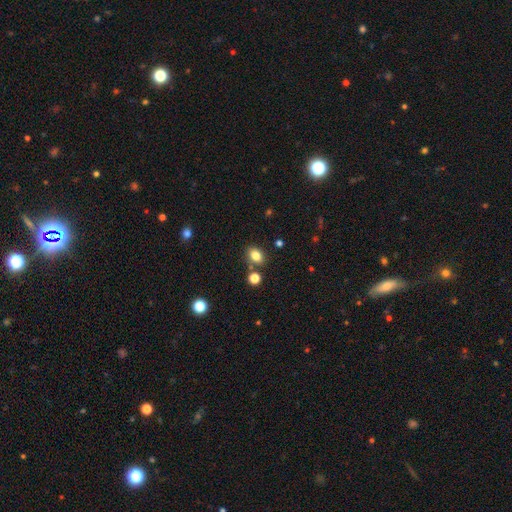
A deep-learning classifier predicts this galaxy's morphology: Smooth or featured: smooth — 81% (star or artifact — 12%)
How rounded: in between — 65% (round — 34%)
Merging: none — 76% (minor disturbance — 11%)